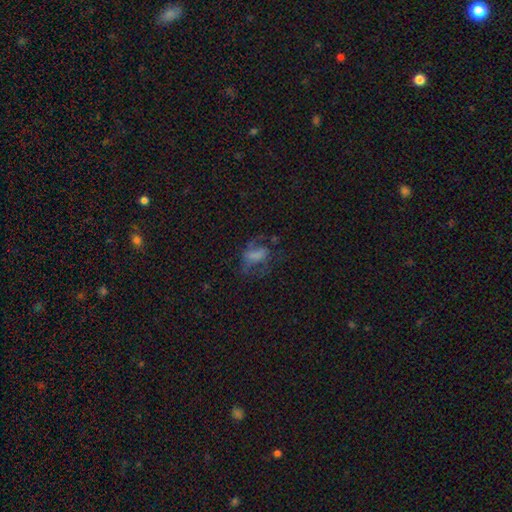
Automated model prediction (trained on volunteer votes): smooth_or_featured: featured or disk (p=0.43) [alt: smooth p=0.41]
merging: major disturbance (p=0.42) [alt: none p=0.35]